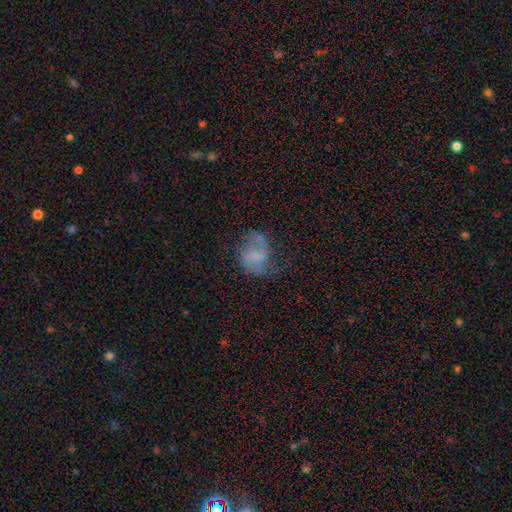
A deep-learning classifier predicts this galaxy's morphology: smooth-or-featured: featured or disk: 68% | smooth: 22% | star or artifact: 10%
  disk-edge-on: no: 98% | yes: 2%
    bar: weak: 46% | no: 39% | strong: 15%
    has-spiral-arms: yes: 87% | no: 13%
      spiral-winding: loose: 48% | medium: 41% | tight: 11%
      spiral-arm-count: 2: 83% | 1: 8% | can't tell: 6% | 3: 2% | 4: 1% | more than 4: 1%
    bulge-size: none: 59% | small: 21% | moderate: 14% | large: 5% | dominant: 1%
  merging: none: 56% | minor disturbance: 22% | major disturbance: 20% | merger: 2%